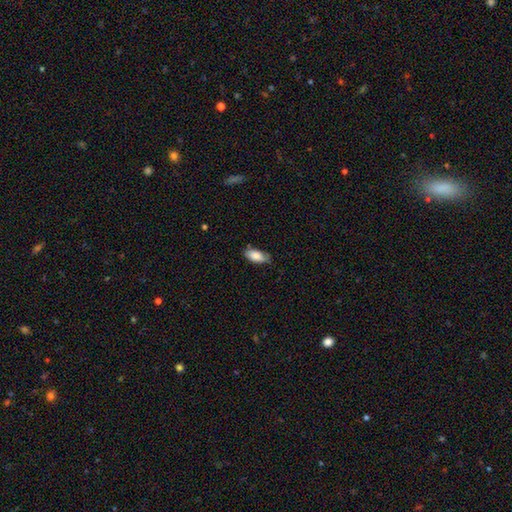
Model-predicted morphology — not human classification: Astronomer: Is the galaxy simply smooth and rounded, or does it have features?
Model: smooth — 83%.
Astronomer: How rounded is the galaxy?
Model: in between — 88%.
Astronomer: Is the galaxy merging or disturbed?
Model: none — 67%.